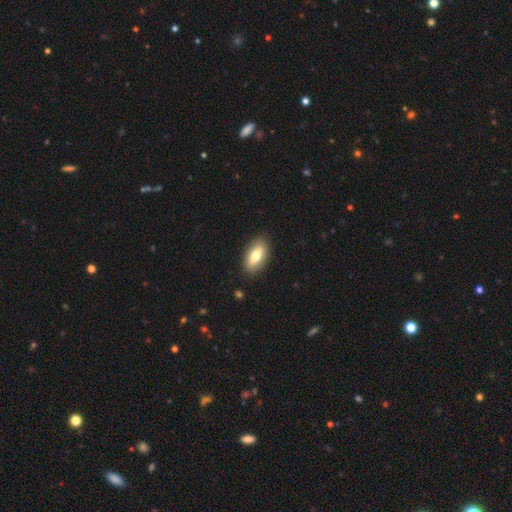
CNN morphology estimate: A smooth galaxy with no disk features (73%) that is in between round and cigar-shaped (89%). Merging: none (88%).